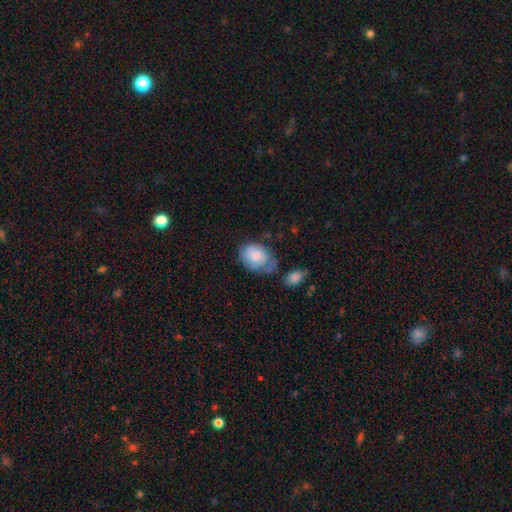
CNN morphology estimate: A smooth galaxy with no disk features (73%) that is in between round and cigar-shaped (71%). Merging: none (47%).